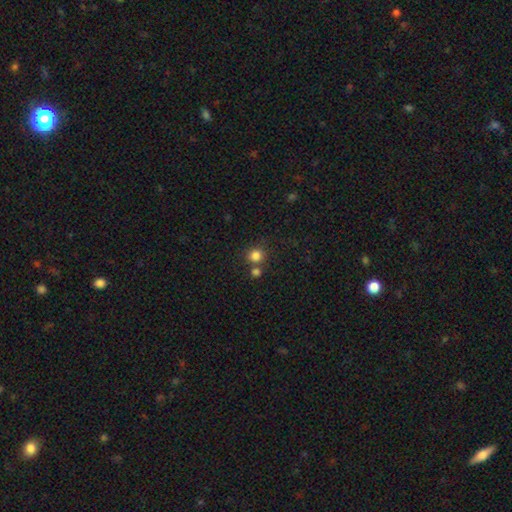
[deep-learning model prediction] Smooth or featured? Predicted: smooth (p=0.82). How rounded? Predicted: round (p=0.89). Merging? Predicted: none (p=0.66).